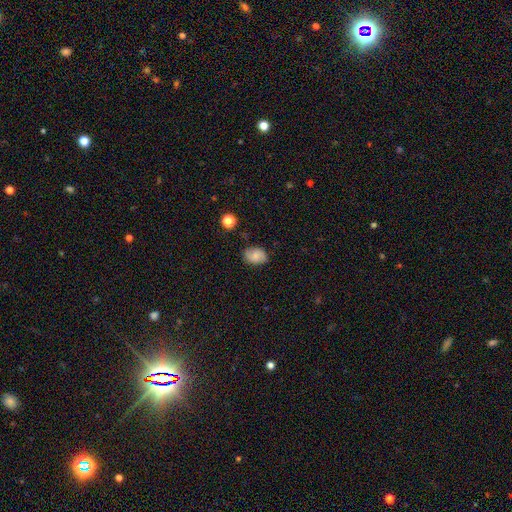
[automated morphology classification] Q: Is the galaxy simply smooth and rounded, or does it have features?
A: smooth — 71%.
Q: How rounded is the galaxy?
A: in between — 77%.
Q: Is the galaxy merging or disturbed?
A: none — 78%.